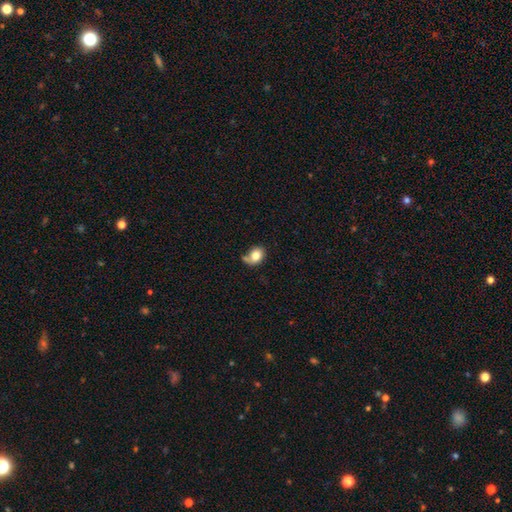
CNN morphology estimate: Q: Smooth or featured?
A: smooth (79%); runner-up: featured or disk (13%)
Q: How rounded?
A: in between (59%); runner-up: round (39%)
Q: Merging?
A: none (45%); runner-up: minor disturbance (27%)